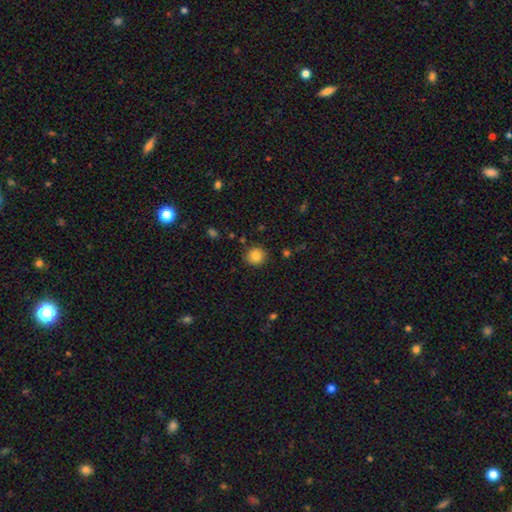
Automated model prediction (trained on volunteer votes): Smooth or featured: smooth — 84% (star or artifact — 10%)
How rounded: round — 92% (in between — 7%)
Merging: none — 88% (minor disturbance — 8%)